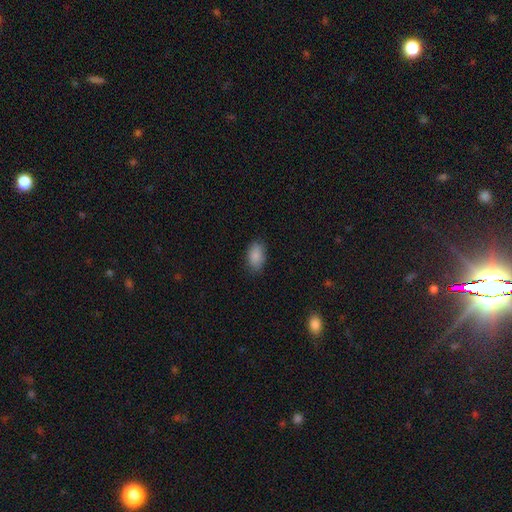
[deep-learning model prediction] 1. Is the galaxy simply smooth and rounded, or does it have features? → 88% smooth, 7% star or artifact, 5% featured or disk.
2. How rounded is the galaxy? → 90% in between, 8% round, 2% cigar-shaped.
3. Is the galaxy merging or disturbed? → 82% none, 14% minor disturbance, 3% major disturbance, 1% merger.